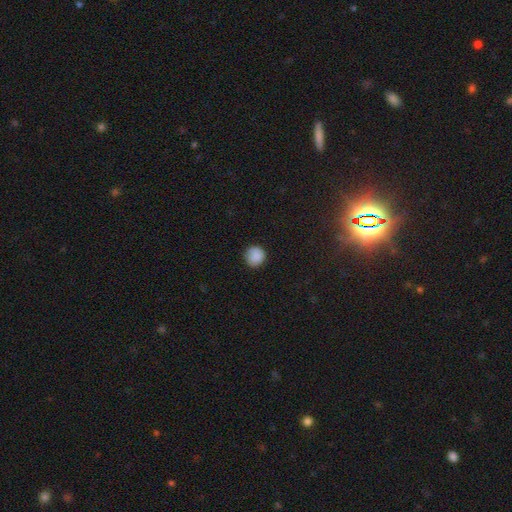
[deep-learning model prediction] smooth_or_featured: smooth (p=0.88) [alt: star or artifact p=0.09]
how_rounded: round (p=0.93) [alt: in between p=0.06]
merging: none (p=0.88) [alt: minor disturbance p=0.09]